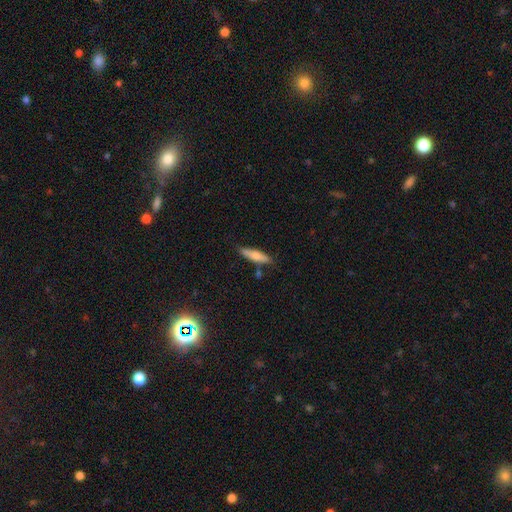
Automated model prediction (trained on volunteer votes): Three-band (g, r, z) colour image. It shows a smooth galaxy with no disk features (62%) that is cigar-shaped (72%). Merging: none (77%).